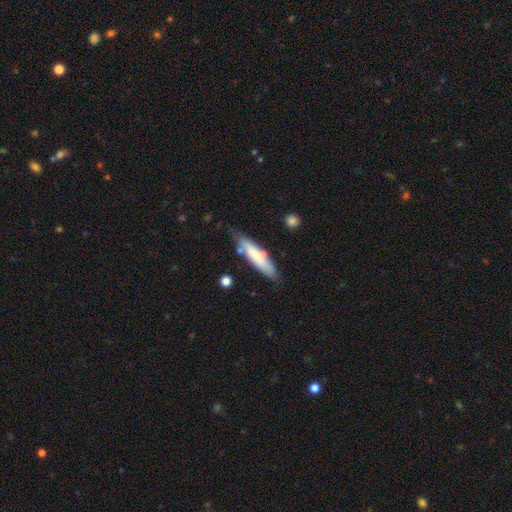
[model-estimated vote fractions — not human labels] Smooth or featured?
  - smooth: 69% *
  - featured or disk: 25%
  - star or artifact: 6%
How rounded?
  - cigar-shaped: 76% *
  - in between: 22%
  - round: 1%
Merging?
  - none: 69% *
  - minor disturbance: 20%
  - merger: 7%
  - major disturbance: 4%